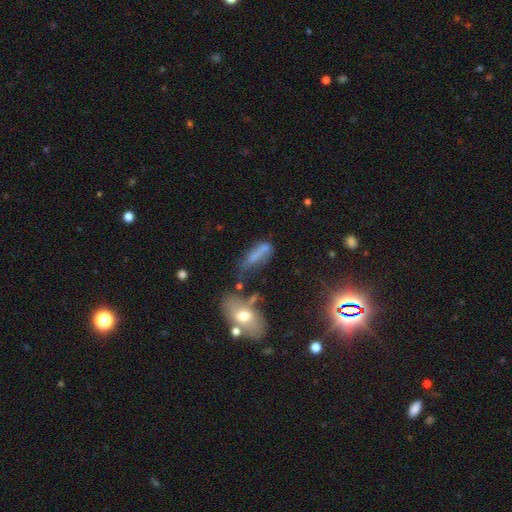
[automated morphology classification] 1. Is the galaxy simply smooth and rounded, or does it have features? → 59% smooth, 27% featured or disk, 15% star or artifact.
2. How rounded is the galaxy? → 49% in between, 46% cigar-shaped, 5% round.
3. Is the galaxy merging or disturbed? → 32% none, 25% major disturbance, 24% minor disturbance, 19% merger.